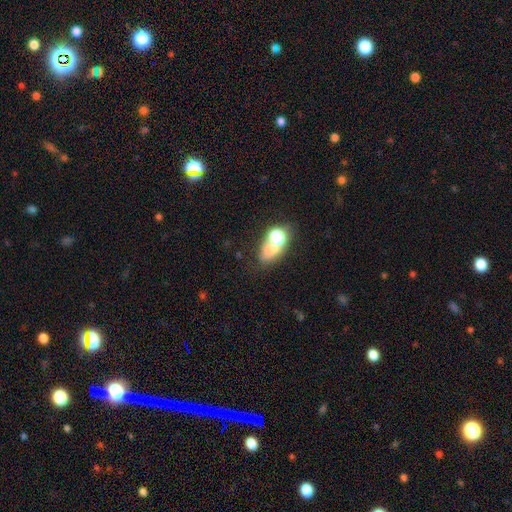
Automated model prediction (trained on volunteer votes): This appears to be a smooth galaxy with no disk features (55%) that is in between round and cigar-shaped (65%). Merging: none (53%).